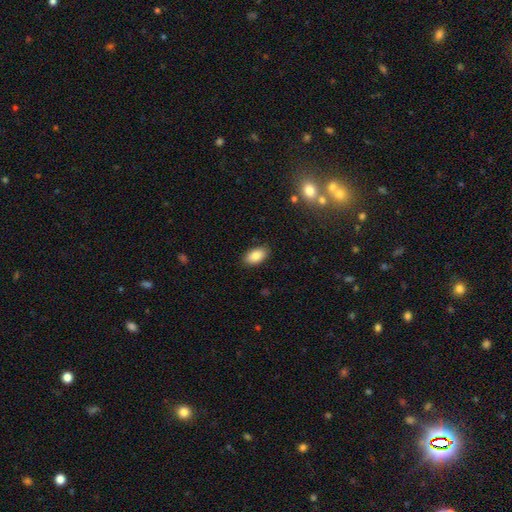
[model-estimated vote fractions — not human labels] The model was most divided on "smooth or featured": smooth: 85%, star or artifact: 8%, featured or disk: 8%. More confident: how rounded — in between (93%); merging — none (87%).